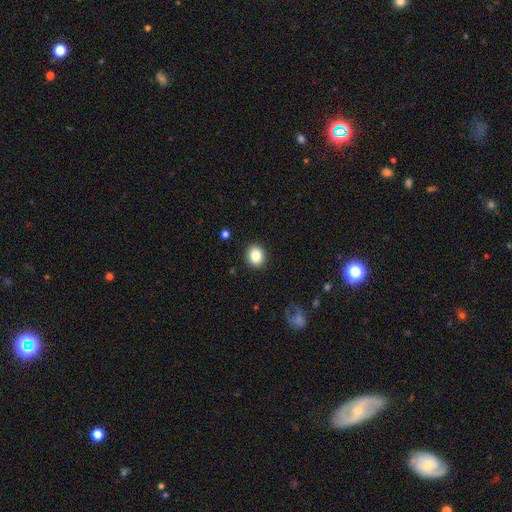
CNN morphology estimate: Overall: smooth (85%). How rounded: round (66%; in between 34%). Merging: none (90%).